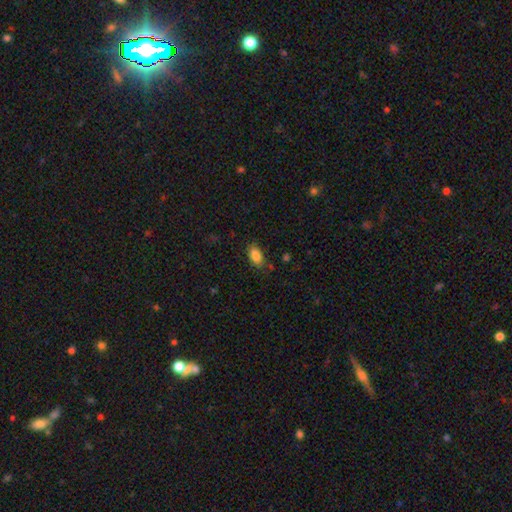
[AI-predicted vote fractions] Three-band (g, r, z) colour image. It shows a smooth galaxy with no disk features (86%) that is in between round and cigar-shaped (91%). Merging: none (79%).